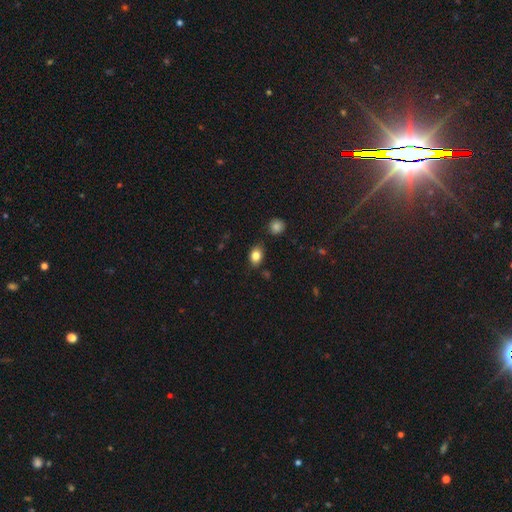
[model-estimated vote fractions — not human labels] This appears to be a smooth galaxy with no disk features (83%) that is in between round and cigar-shaped (73%). Merging: none (81%).